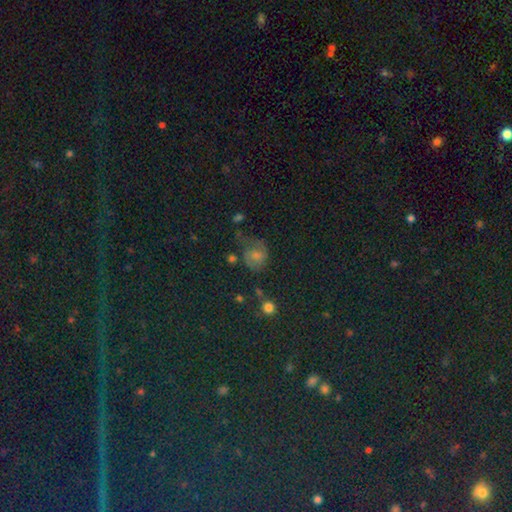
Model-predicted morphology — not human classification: A smooth galaxy with no disk features (48%). Merging: none (42%).